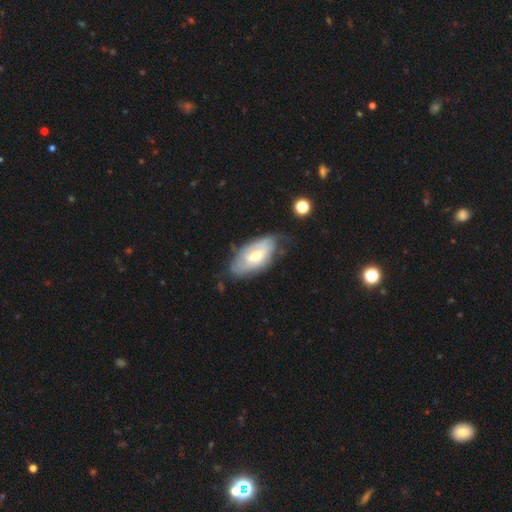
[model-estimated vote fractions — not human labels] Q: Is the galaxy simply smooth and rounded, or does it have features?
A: featured or disk — 58%.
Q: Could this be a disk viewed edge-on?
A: no — 88%.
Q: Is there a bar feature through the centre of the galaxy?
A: weak — 43%, tied with no.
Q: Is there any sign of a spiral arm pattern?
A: yes — 63%.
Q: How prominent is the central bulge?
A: moderate — 67%.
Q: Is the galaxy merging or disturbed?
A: none — 57%.